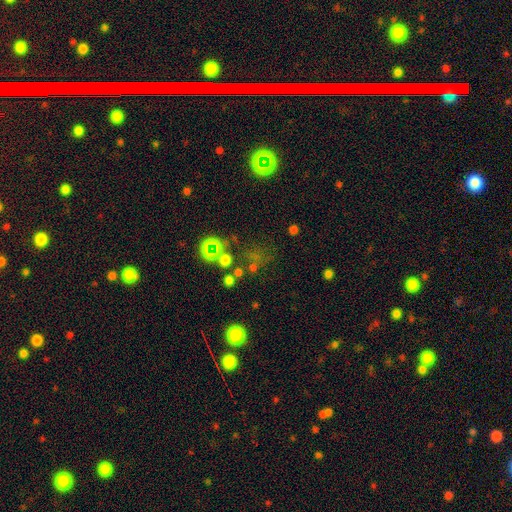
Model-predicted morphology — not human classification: Smooth or featured?
  - star or artifact: 53% *
  - smooth: 32%
  - featured or disk: 15%